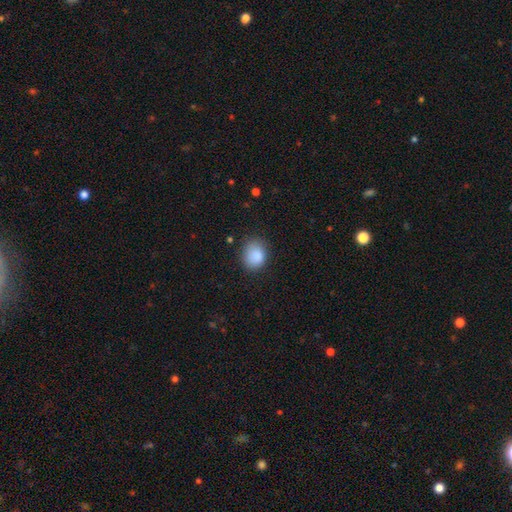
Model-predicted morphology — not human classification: smooth 87%, star or artifact 8%, featured or disk 4%. Down the decision tree: how rounded — round (56%); merging — none (71%).